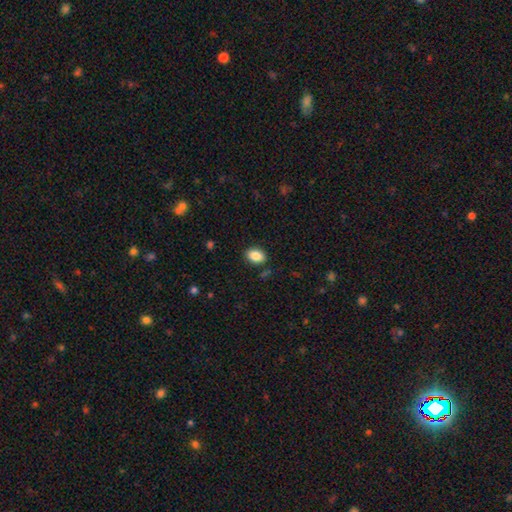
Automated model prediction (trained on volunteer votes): Smooth or featured: smooth — 87% (star or artifact — 8%)
How rounded: in between — 81% (round — 18%)
Merging: none — 86% (minor disturbance — 9%)